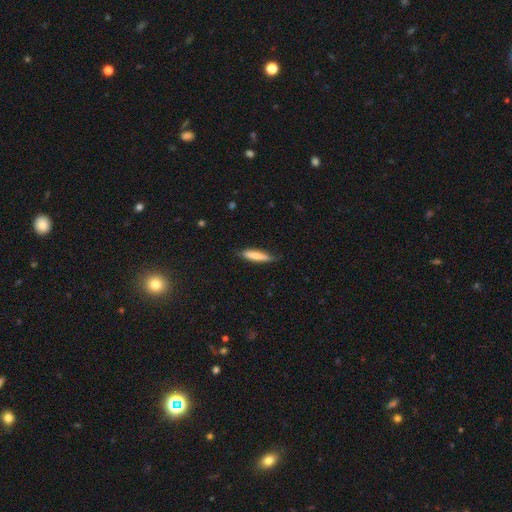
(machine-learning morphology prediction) Smooth or featured?
  - smooth: 77% *
  - featured or disk: 17%
  - star or artifact: 6%
How rounded?
  - cigar-shaped: 85% *
  - in between: 14%
  - round: 1%
Merging?
  - none: 77% *
  - minor disturbance: 19%
  - major disturbance: 3%
  - merger: 1%